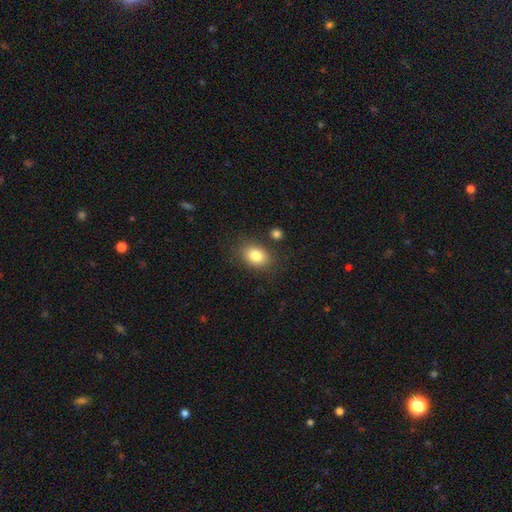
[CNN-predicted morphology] A smooth galaxy with no disk features (83%) that is in between round and cigar-shaped (72%). Merging: none (80%).